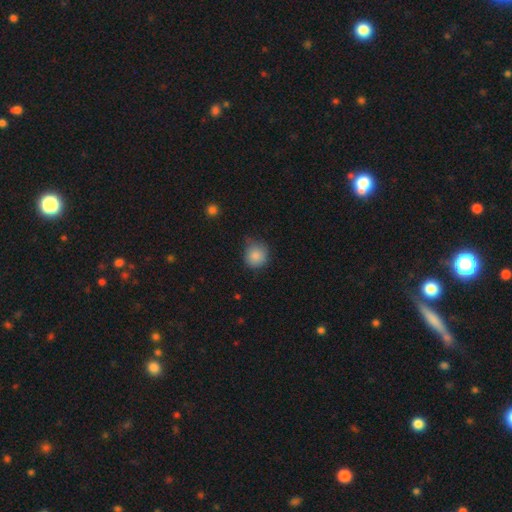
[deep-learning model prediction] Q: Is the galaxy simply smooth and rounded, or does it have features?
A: smooth — 85%.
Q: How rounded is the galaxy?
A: round — 88%.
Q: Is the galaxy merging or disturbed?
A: none — 64%.